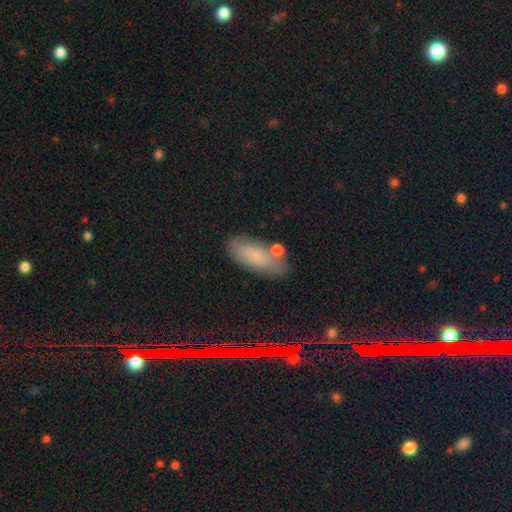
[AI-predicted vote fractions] A smooth galaxy with no disk features (73%) that is in between round and cigar-shaped (87%). Merging: none (71%).